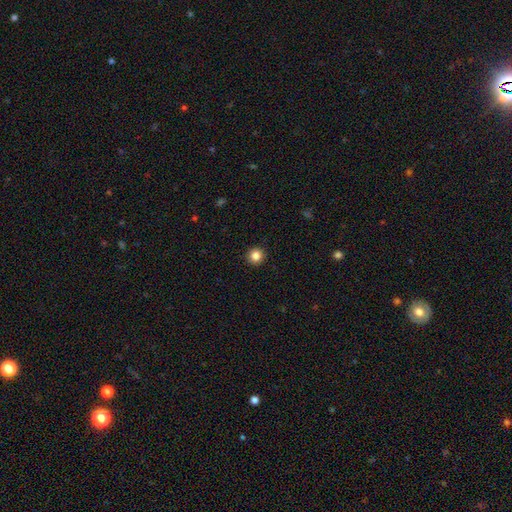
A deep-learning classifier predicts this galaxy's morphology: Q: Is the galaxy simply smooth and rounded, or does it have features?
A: smooth — 85%.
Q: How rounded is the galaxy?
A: round — 95%.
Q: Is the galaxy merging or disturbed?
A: none — 93%.